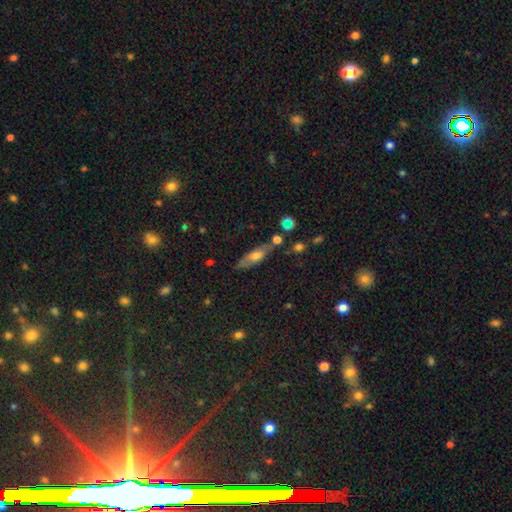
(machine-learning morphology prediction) This is possibly a smooth galaxy (54%). How rounded: possibly in between (52%). Merging: likely none (65%).